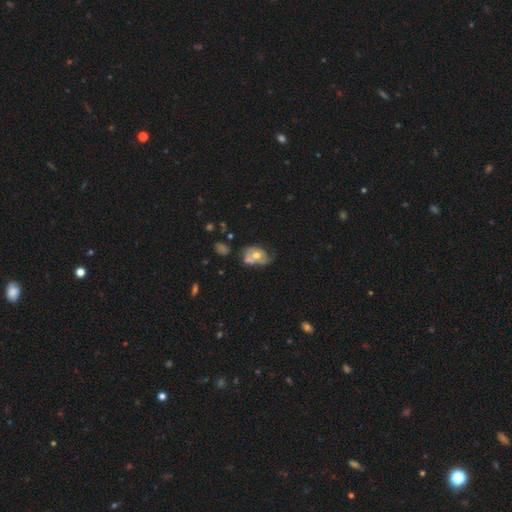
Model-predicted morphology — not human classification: featured or disk 49%, smooth 43%, star or artifact 8%. Down the decision tree: merging — none (27%, tied with merger and minor disturbance).